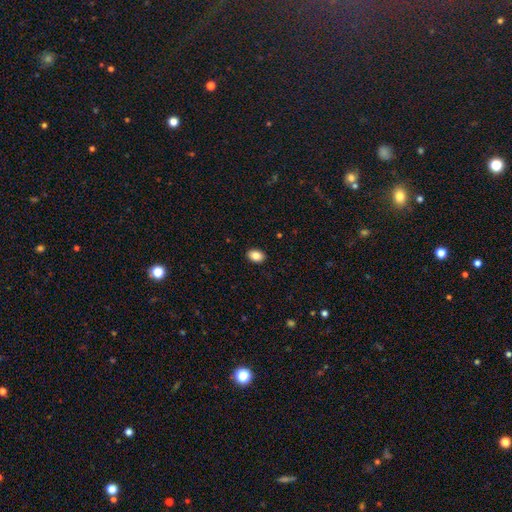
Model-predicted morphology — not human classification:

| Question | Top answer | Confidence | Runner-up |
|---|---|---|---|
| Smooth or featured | smooth | 85% | star or artifact (8%) |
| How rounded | in between | 82% | round (16%) |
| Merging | none | 91% | minor disturbance (7%) |